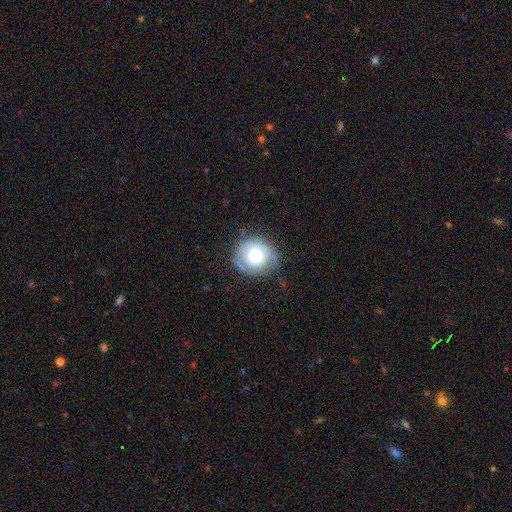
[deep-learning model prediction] Smooth or featured? Predicted: featured or disk (p=0.53). Edge-on disk? Predicted: no (p=0.97). Bar? Predicted: no (p=0.83). Spiral arms? Predicted: yes (p=0.65). Bulge size? Predicted: large (p=0.46). Merging? Predicted: none (p=0.68).